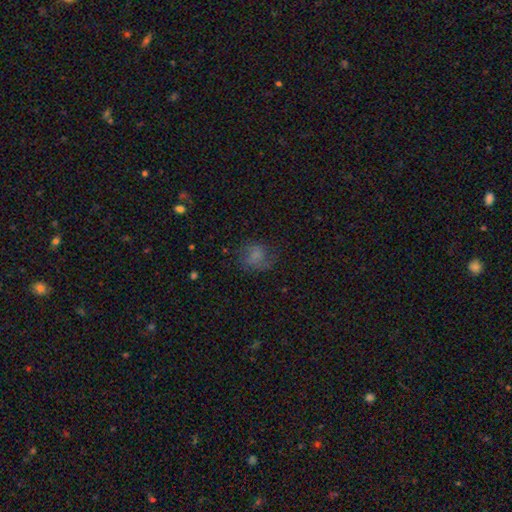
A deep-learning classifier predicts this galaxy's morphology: type=smooth (53%); roundness=round (62%); merging=none (61%).